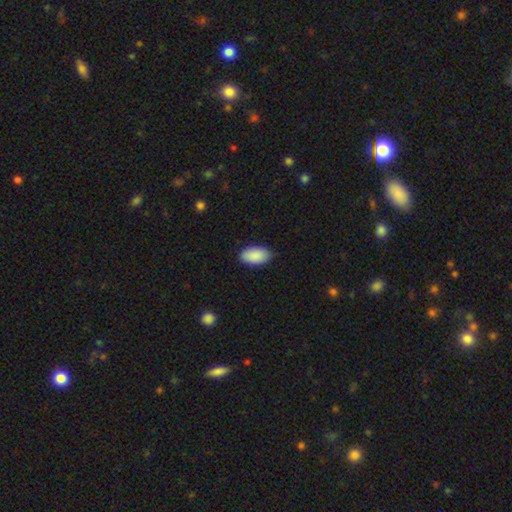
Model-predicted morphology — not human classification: smooth-or-featured: smooth: 90% | star or artifact: 6% | featured or disk: 4%
  how-rounded: in between: 95% | round: 3% | cigar-shaped: 2%
  merging: none: 86% | minor disturbance: 11% | major disturbance: 2% | merger: 1%